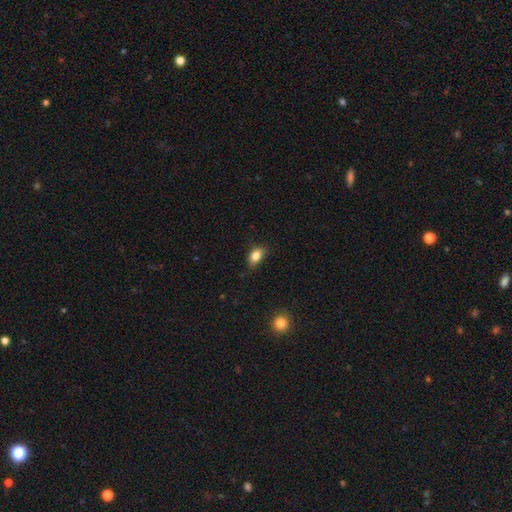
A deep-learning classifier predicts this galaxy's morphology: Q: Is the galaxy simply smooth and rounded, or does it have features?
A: smooth — 83%.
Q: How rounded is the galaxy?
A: in between — 81%.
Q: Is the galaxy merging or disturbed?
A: none — 79%.